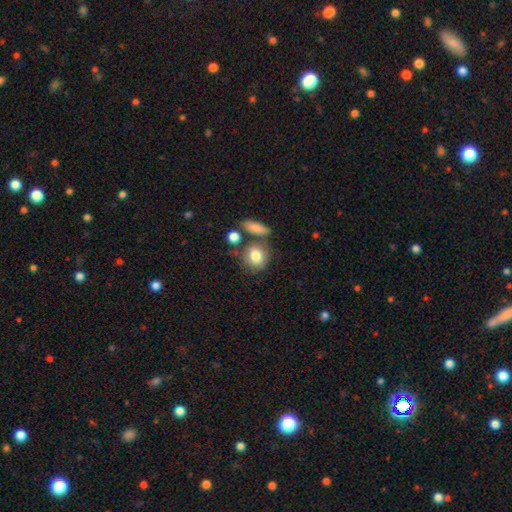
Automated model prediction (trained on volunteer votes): Overall: smooth (80%). How rounded: round (64%; in between 34%). Merging: none (61%).